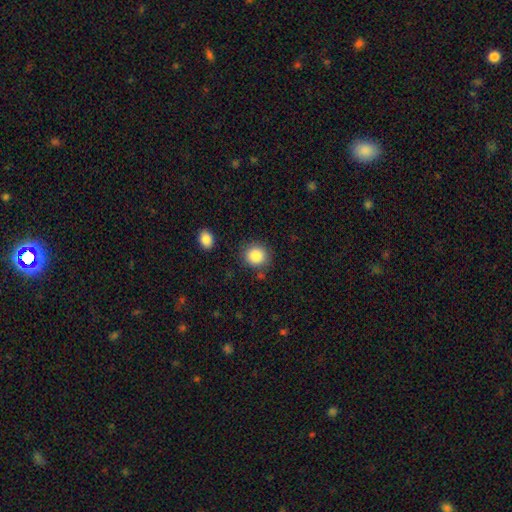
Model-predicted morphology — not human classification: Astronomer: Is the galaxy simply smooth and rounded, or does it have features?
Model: smooth — 88%.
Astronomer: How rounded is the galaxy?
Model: round — 86%.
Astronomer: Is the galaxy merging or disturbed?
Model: none — 83%.